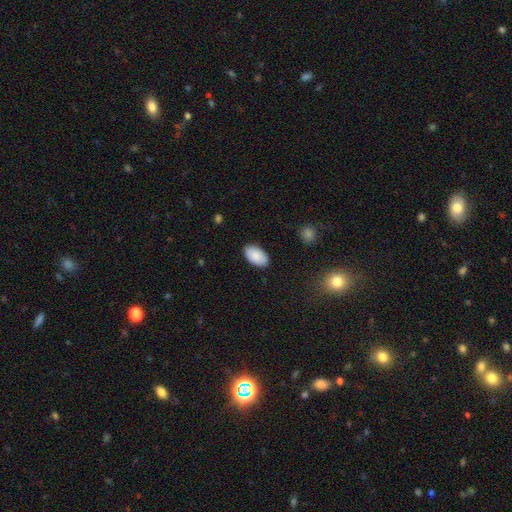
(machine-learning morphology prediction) The model was most divided on "merging": none: 88%, minor disturbance: 9%, major disturbance: 2%, merger: 1%. More confident: how rounded — in between (96%); smooth or featured — smooth (88%).